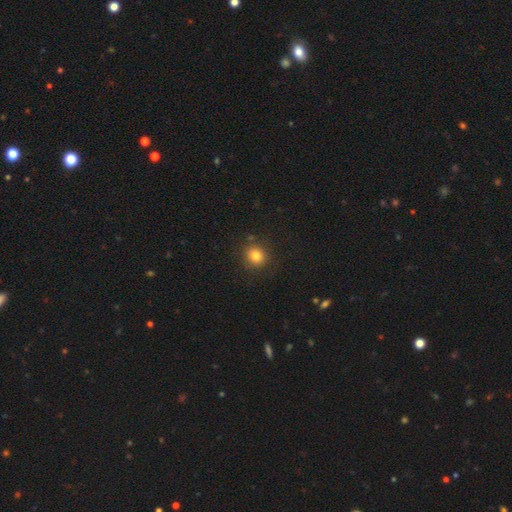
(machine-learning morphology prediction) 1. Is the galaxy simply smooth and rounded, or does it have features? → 81% smooth, 13% star or artifact, 6% featured or disk.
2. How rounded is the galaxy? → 86% round, 13% in between, 1% cigar-shaped.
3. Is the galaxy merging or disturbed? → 87% none, 8% minor disturbance, 3% major disturbance, 2% merger.